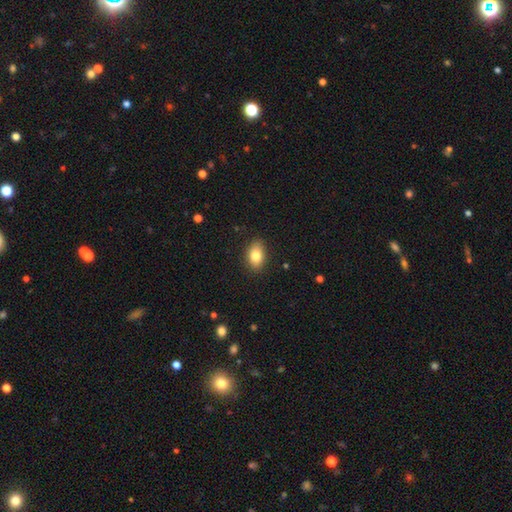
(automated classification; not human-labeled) A smooth galaxy with no disk features (82%) that is in between round and cigar-shaped (86%). Merging: none (86%).